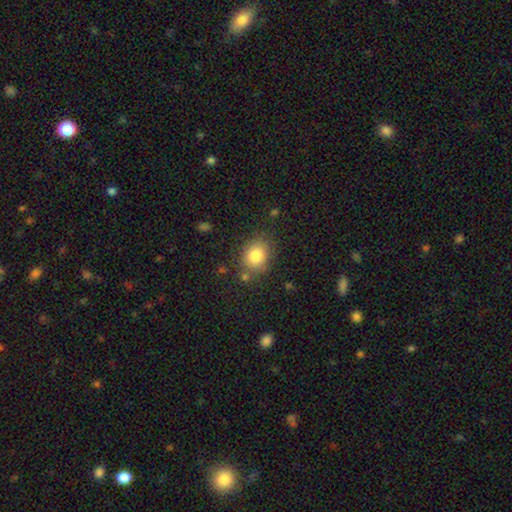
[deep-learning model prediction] Smooth or featured? Predicted: smooth (p=0.82). How rounded? Predicted: round (p=0.57). Merging? Predicted: none (p=0.78).